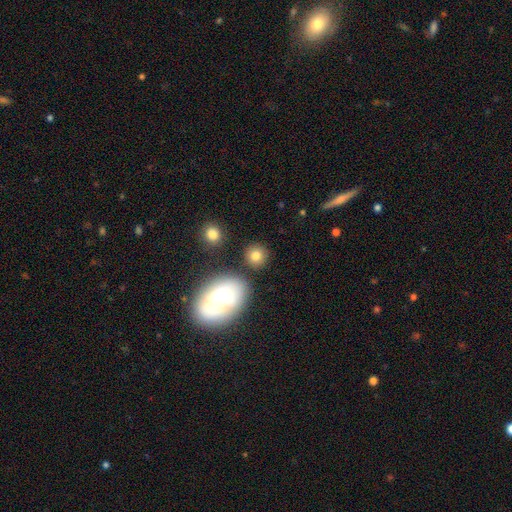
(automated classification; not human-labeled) Smooth or featured?
  - smooth: 81% *
  - star or artifact: 11%
  - featured or disk: 8%
How rounded?
  - round: 87% *
  - in between: 11%
  - cigar-shaped: 1%
Merging?
  - none: 84% *
  - minor disturbance: 8%
  - merger: 5%
  - major disturbance: 3%